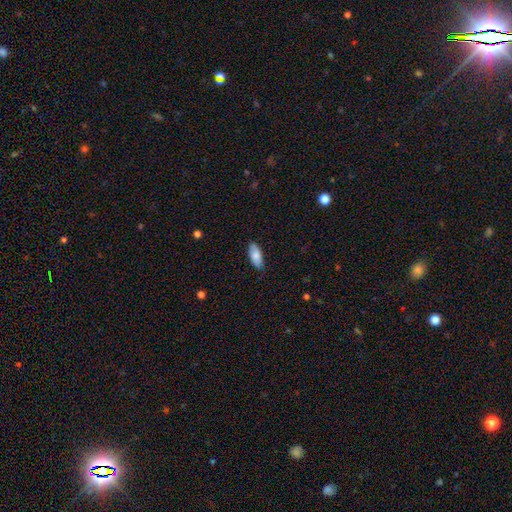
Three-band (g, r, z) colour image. It shows a smooth galaxy with no disk features (76%) that is in between round and cigar-shaped (75%). Merging: none (89%).